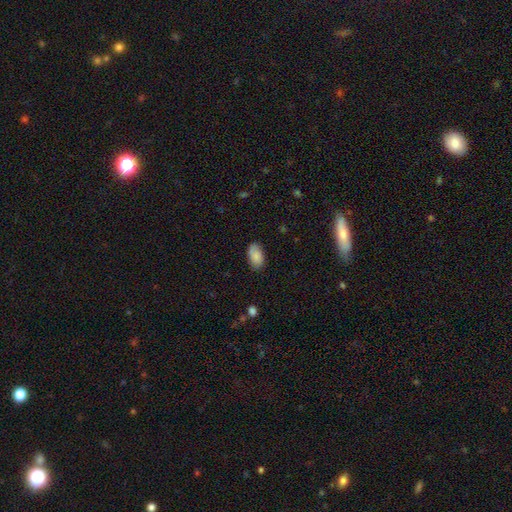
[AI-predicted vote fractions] The model was most divided on "merging": none: 79%, minor disturbance: 17%, major disturbance: 3%, merger: 1%. More confident: how rounded — in between (94%); smooth or featured — smooth (84%).